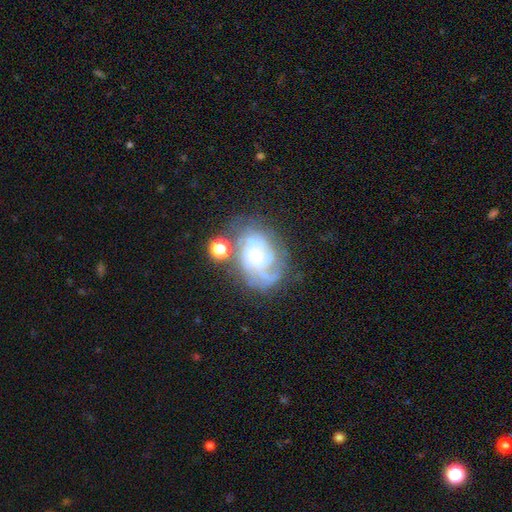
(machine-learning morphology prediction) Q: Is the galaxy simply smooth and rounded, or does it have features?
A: featured or disk — 85%.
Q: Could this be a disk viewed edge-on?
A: no — 97%.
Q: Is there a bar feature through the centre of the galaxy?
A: no — 69%.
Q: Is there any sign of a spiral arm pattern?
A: yes — 96%.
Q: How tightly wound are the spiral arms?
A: tight — 56%.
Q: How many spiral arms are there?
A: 3 — 33%.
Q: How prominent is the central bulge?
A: small — 55%.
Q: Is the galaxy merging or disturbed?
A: none — 60%.